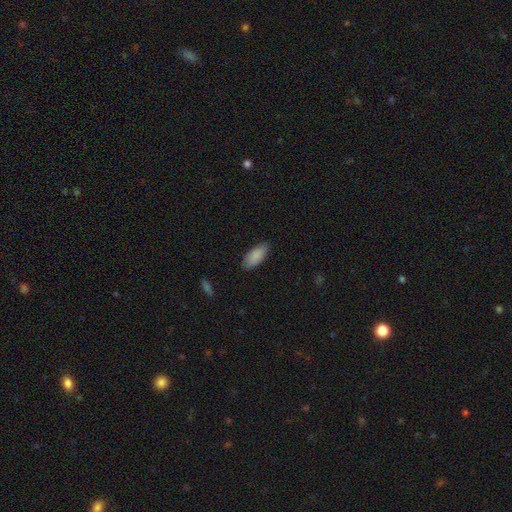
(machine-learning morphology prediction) smooth_or_featured: smooth (p=0.88) [alt: star or artifact p=0.06]
how_rounded: in between (p=0.85) [alt: cigar-shaped p=0.13]
merging: none (p=0.83) [alt: minor disturbance p=0.13]